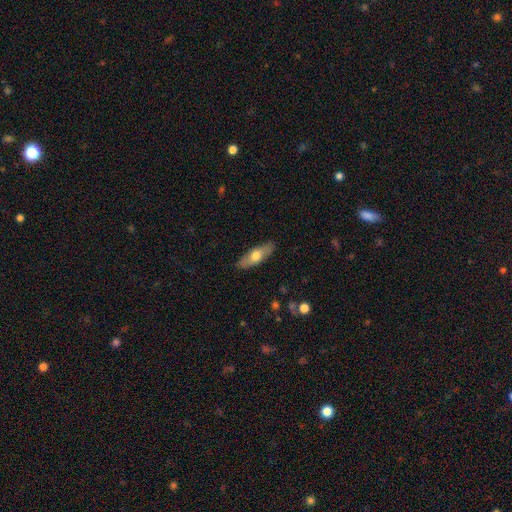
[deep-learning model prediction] The model was most divided on "how rounded": in between: 55%, cigar-shaped: 42%, round: 3%. More confident: merging — none (88%); smooth or featured — smooth (61%).